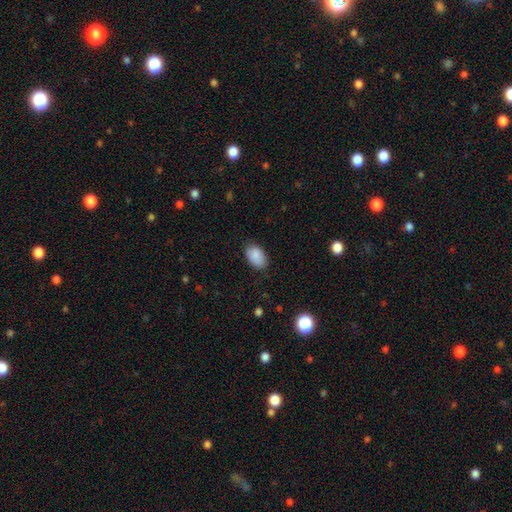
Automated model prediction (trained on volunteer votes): Smooth or featured? smooth (88%)
How rounded? in between (91%)
Merging? none (80%)